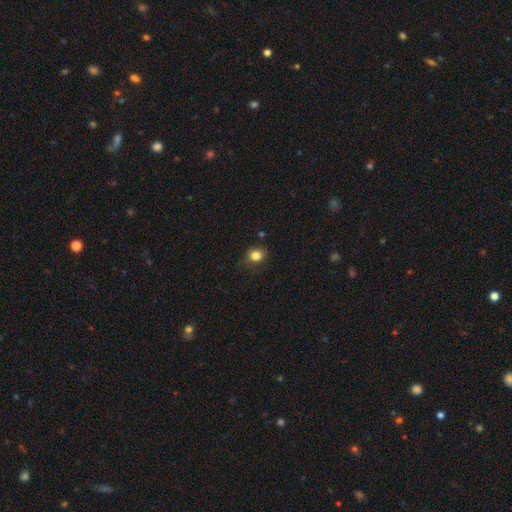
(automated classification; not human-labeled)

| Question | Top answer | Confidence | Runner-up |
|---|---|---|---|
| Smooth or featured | smooth | 83% | star or artifact (12%) |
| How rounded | round | 76% | in between (23%) |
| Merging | none | 77% | minor disturbance (17%) |